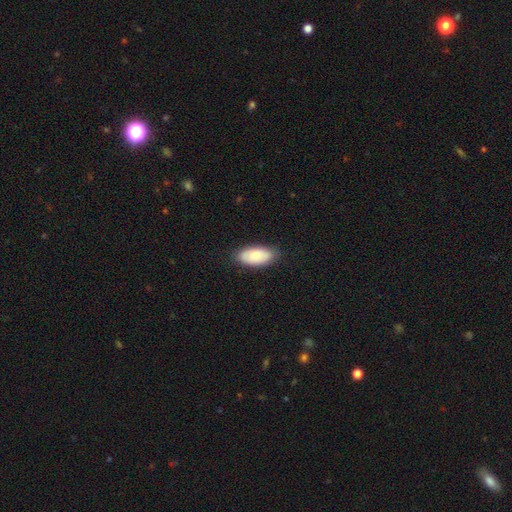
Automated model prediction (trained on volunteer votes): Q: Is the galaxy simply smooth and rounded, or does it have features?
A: smooth — 82%.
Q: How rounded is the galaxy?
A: in between — 92%.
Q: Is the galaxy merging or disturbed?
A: none — 83%.